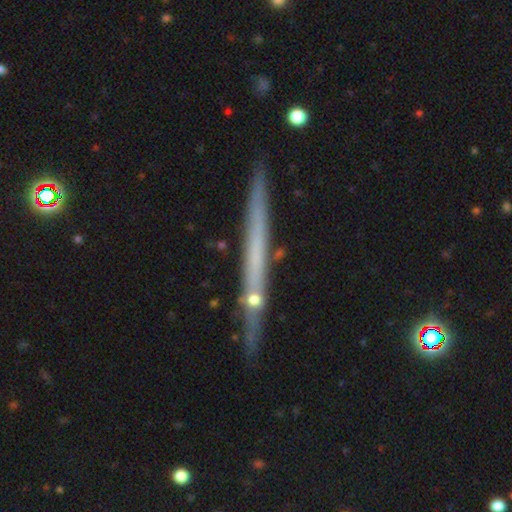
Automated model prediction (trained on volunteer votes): smooth-or-featured: featured or disk: 58% | smooth: 34% | star or artifact: 8%
  disk-edge-on: yes: 96% | no: 4%
    edge-on-bulge: none: 91% | rounded: 6% | boxy: 3%
  merging: none: 86% | minor disturbance: 10% | merger: 3% | major disturbance: 2%